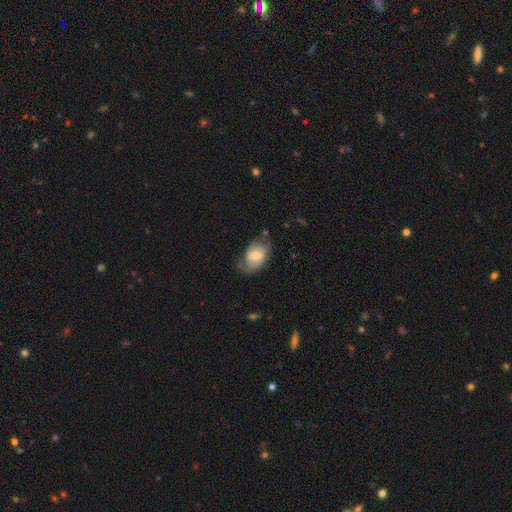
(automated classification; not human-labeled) The model was most divided on "smooth or featured": smooth: 59%, featured or disk: 34%, star or artifact: 7%. More confident: how rounded — in between (86%); merging — none (58%).